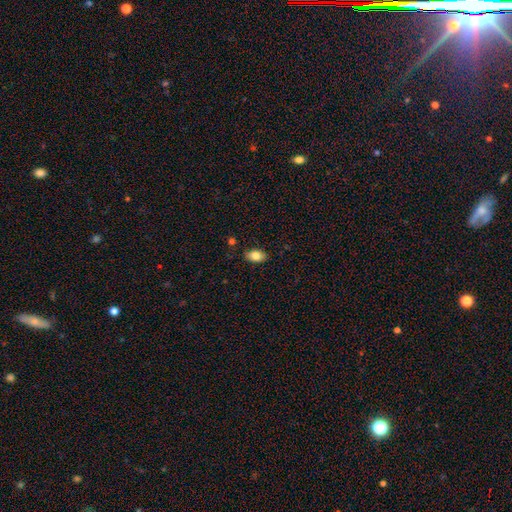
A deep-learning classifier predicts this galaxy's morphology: This is clearly a smooth galaxy (82%). How rounded: clearly in between (87%). Merging: clearly none (85%).